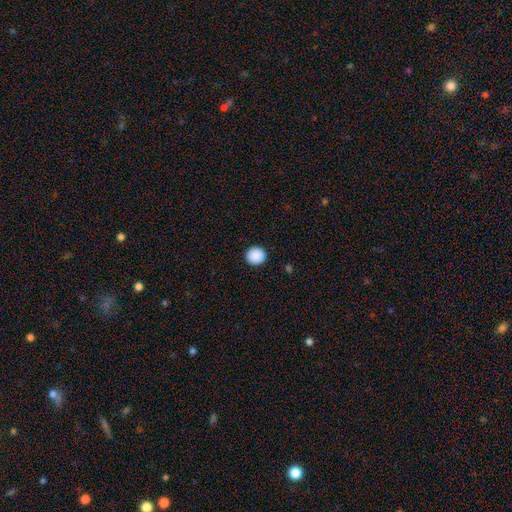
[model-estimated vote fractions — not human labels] Overall: smooth (90%). How rounded: round (93%). Merging: none (93%).